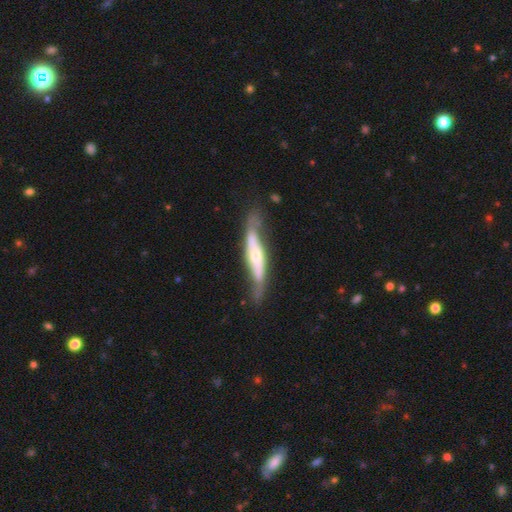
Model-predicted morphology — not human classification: smooth-or-featured: featured or disk: 70% | smooth: 25% | star or artifact: 5%
  disk-edge-on: yes: 58% | no: 42%
  merging: none: 61% | minor disturbance: 25% | major disturbance: 11% | merger: 4%